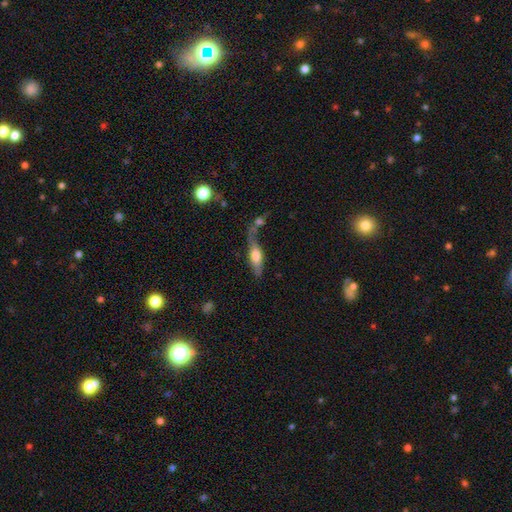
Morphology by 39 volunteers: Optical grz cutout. It shows a featured or disk galaxy (46%) viewed edge-on (72%) with a rounded central bulge (92%). Merging: merger (63%).